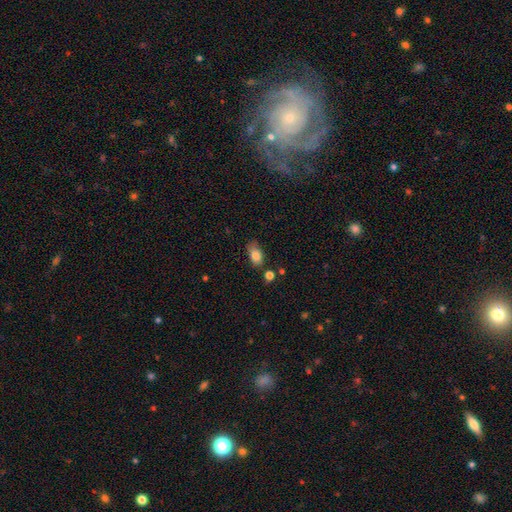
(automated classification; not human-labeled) Smooth or featured? Predicted: smooth (p=0.82). How rounded? Predicted: in between (p=0.87). Merging? Predicted: none (p=0.60).